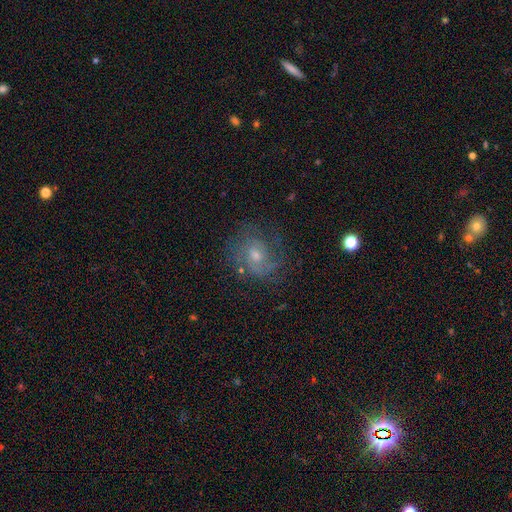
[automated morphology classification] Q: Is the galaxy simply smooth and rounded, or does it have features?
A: featured or disk — 71%.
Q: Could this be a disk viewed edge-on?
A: no — 97%.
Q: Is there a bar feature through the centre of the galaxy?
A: no — 64%.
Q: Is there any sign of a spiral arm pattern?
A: yes — 88%.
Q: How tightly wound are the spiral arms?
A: tight — 44%.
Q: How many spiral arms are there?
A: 2 — 36%.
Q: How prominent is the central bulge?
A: moderate — 49%.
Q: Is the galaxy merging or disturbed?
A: none — 68%.